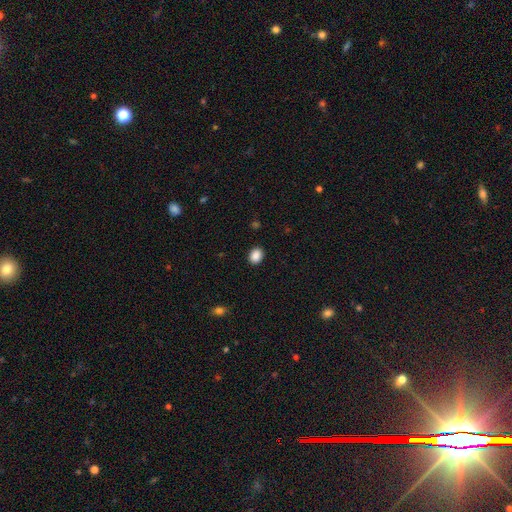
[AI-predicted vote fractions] Smooth or featured: smooth — 89% (star or artifact — 9%)
How rounded: in between — 56% (round — 43%)
Merging: none — 90% (minor disturbance — 7%)